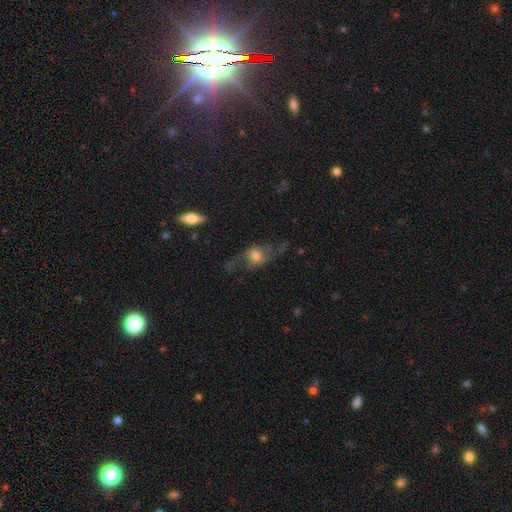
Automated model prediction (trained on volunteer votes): Morphology: type=featured or disk (63%); edge-on=no (83%); bar=no (69%); spiral arms=yes (84%); bulge=moderate (53%); merging=none (53%).